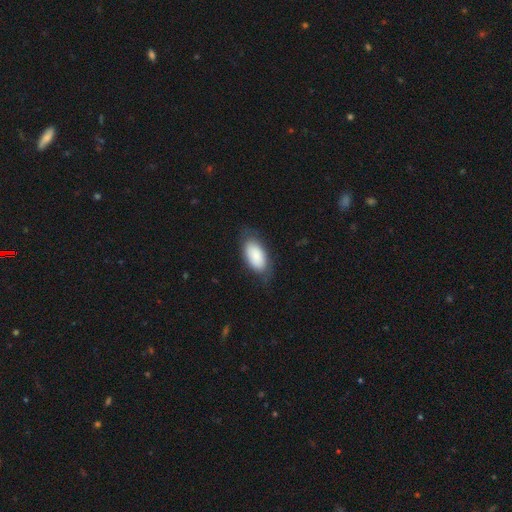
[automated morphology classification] Smooth or featured: smooth — 81% (featured or disk — 12%)
How rounded: in between — 94% (round — 3%)
Merging: none — 69% (minor disturbance — 22%)